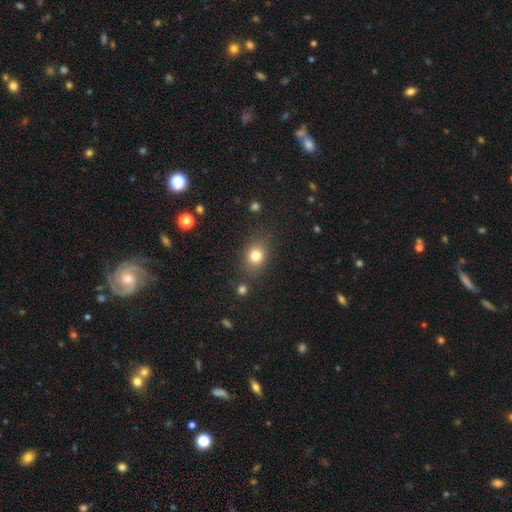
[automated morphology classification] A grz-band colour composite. It shows a smooth galaxy with no disk features (80%) that is round (52%). Merging: none (79%).